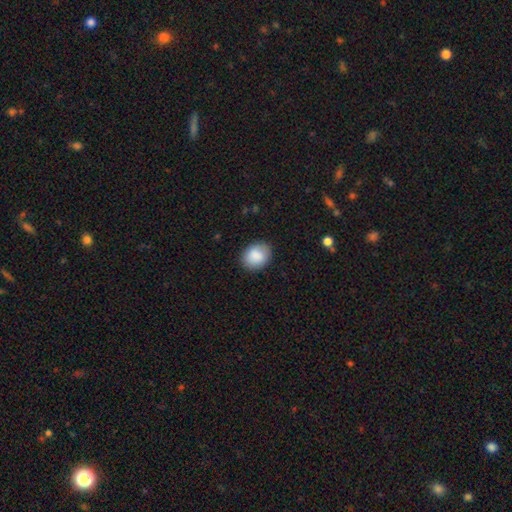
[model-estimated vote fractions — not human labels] Overall: smooth (87%). How rounded: in between (57%; round 42%). Merging: none (85%).